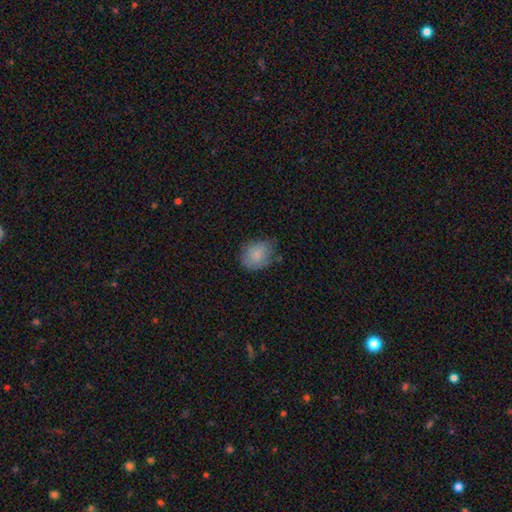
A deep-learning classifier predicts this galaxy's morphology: Smooth or featured? smooth (82%)
How rounded? round (50%)
Merging? none (65%)